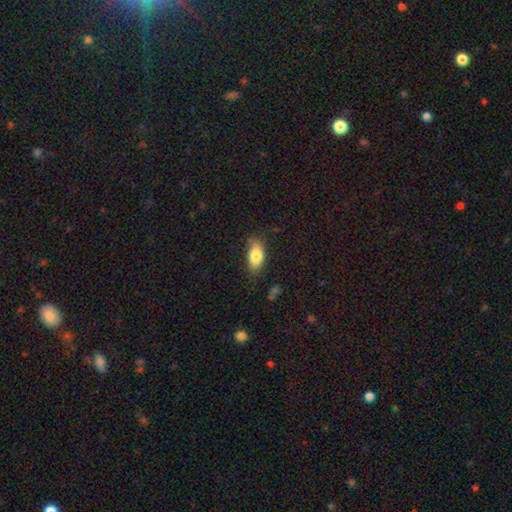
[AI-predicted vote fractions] A smooth galaxy with no disk features (81%) that is in between round and cigar-shaped (89%).

Vote fractions:
- Smooth or featured? smooth: 81% / featured or disk: 11% / star or artifact: 7%
- How rounded? in between: 89% / cigar-shaped: 7% / round: 4%
- Merging? none: 67% / minor disturbance: 25% / major disturbance: 6% / merger: 2%